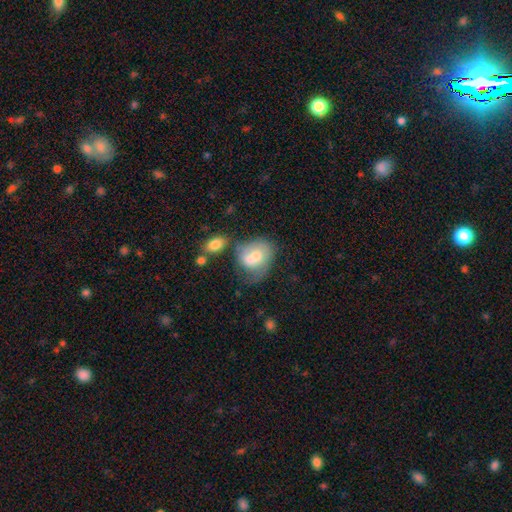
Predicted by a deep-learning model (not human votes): smooth-or-featured: smooth: 58% | featured or disk: 35% | star or artifact: 7%
  how-rounded: in between: 54% | round: 45% | cigar-shaped: 1%
  merging: merger: 41% | none: 24% | minor disturbance: 19% | major disturbance: 17%